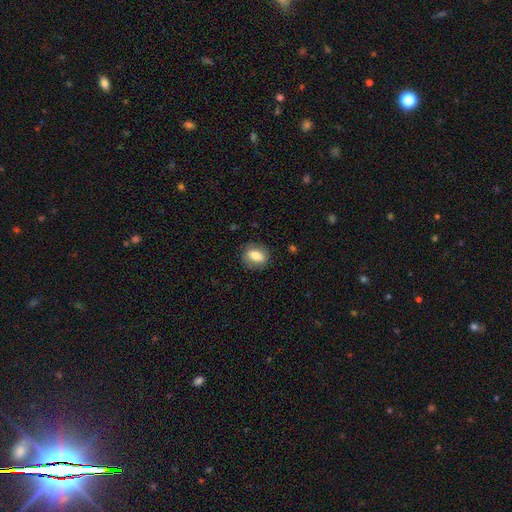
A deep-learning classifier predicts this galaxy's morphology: The model was most divided on "how rounded": in between: 69%, round: 29%, cigar-shaped: 3%. More confident: merging — none (82%); smooth or featured — smooth (80%).